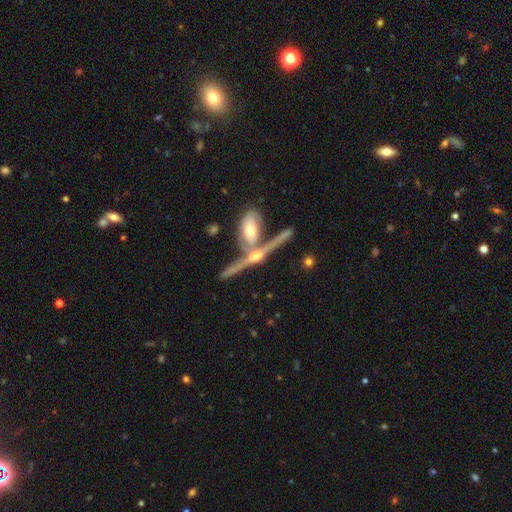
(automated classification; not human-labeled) Q: Smooth or featured?
A: featured or disk (77%); runner-up: smooth (15%)
Q: Edge-on disk?
A: yes (93%); runner-up: no (7%)
Q: Edge-on bulge?
A: rounded (87%); runner-up: boxy (7%)
Q: Merging?
A: none (51%); runner-up: merger (34%)